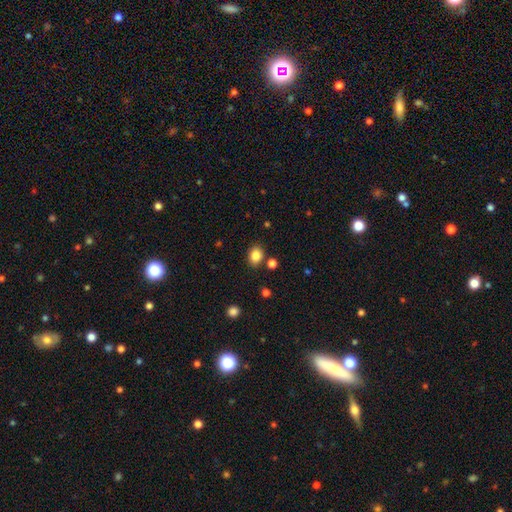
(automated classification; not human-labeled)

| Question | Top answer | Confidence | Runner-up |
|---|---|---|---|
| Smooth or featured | smooth | 84% | star or artifact (10%) |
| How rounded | in between | 53% | round (46%) |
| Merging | none | 82% | minor disturbance (10%) |